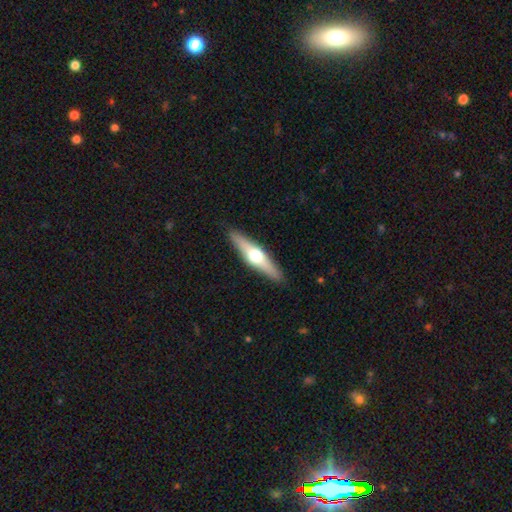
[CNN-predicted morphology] Q: Smooth or featured?
A: featured or disk (63%); runner-up: smooth (31%)
Q: Edge-on disk?
A: yes (96%); runner-up: no (4%)
Q: Edge-on bulge?
A: rounded (94%); runner-up: boxy (3%)
Q: Merging?
A: none (91%); runner-up: minor disturbance (7%)